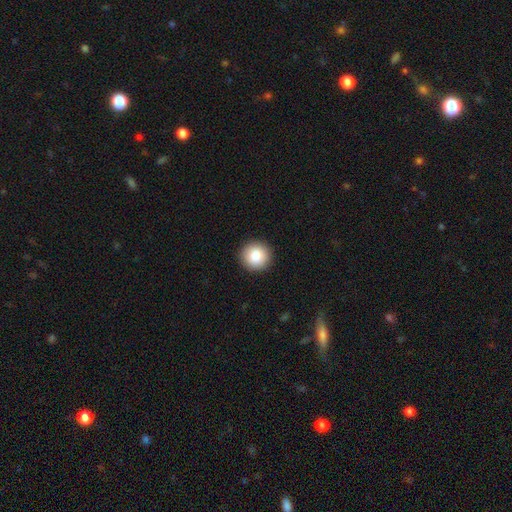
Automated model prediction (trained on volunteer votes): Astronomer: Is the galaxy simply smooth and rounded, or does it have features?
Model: smooth — 83%.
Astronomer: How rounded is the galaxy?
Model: round — 94%.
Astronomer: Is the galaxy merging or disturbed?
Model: none — 93%.